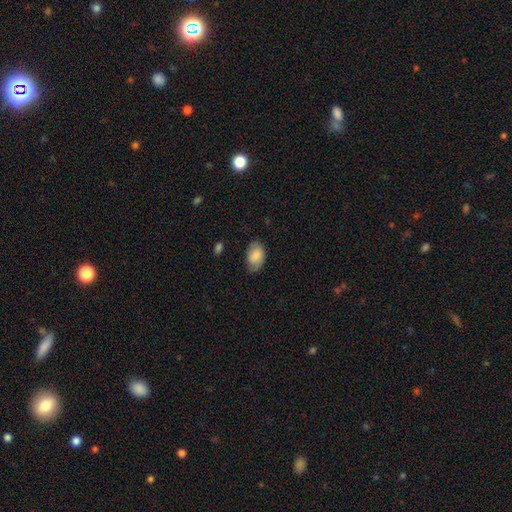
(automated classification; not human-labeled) Overall: smooth (79%). How rounded: in between (89%). Merging: none (67%).